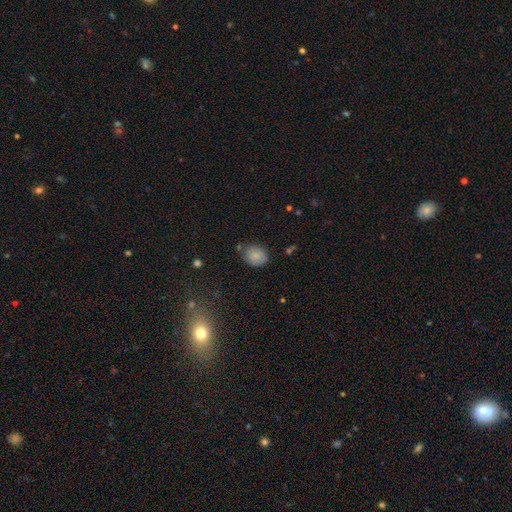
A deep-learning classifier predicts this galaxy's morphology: Smooth or featured?
  - smooth: 83% *
  - star or artifact: 10%
  - featured or disk: 8%
How rounded?
  - in between: 51% *
  - round: 48%
  - cigar-shaped: 1%
Merging?
  - none: 69% *
  - minor disturbance: 21%
  - merger: 5%
  - major disturbance: 4%